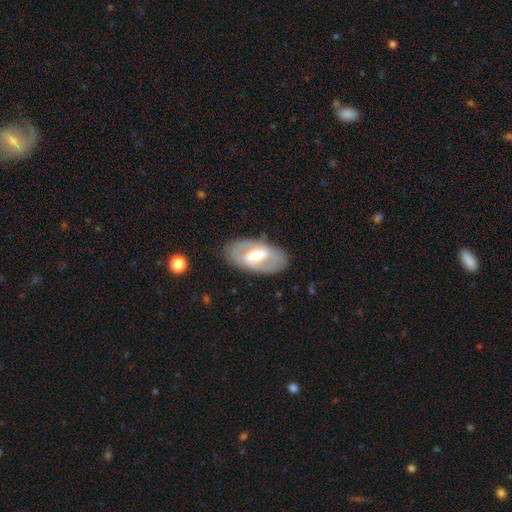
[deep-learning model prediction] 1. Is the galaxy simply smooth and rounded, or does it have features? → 70% featured or disk, 25% smooth, 5% star or artifact.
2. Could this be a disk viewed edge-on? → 93% no, 7% yes.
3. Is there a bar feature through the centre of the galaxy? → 41% strong, 40% weak, 18% no.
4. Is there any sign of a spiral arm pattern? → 61% yes, 39% no.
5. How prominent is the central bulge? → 59% moderate, 19% small, 18% large, 2% none, 2% dominant.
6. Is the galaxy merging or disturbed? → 82% none, 11% minor disturbance, 5% major disturbance, 1% merger.